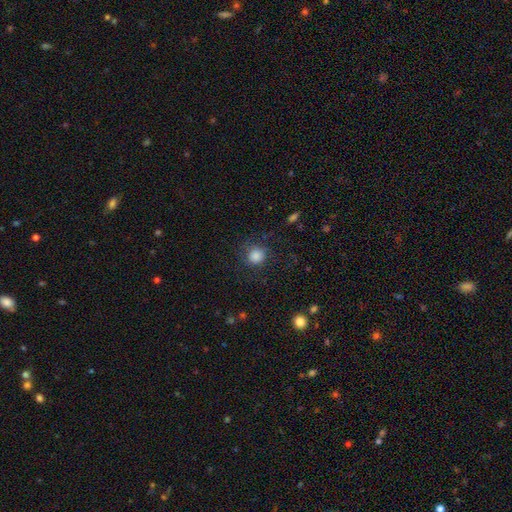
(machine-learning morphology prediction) smooth-or-featured: smooth: 84% | star or artifact: 10% | featured or disk: 6%
  how-rounded: round: 90% | in between: 9% | cigar-shaped: 1%
  merging: none: 78% | minor disturbance: 13% | major disturbance: 7% | merger: 1%